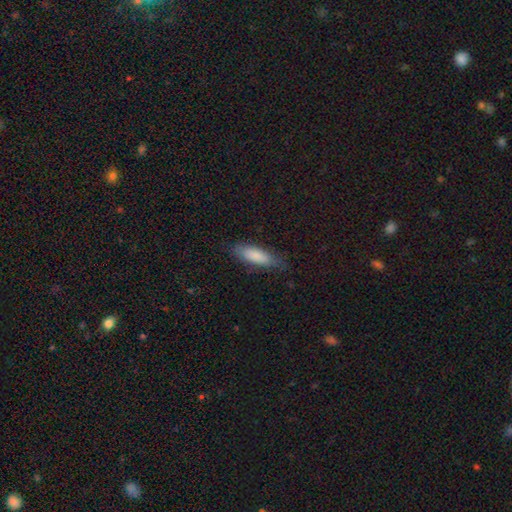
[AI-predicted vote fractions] Overall: smooth (83%). How rounded: in between (53%; cigar-shaped 45%). Merging: none (77%).